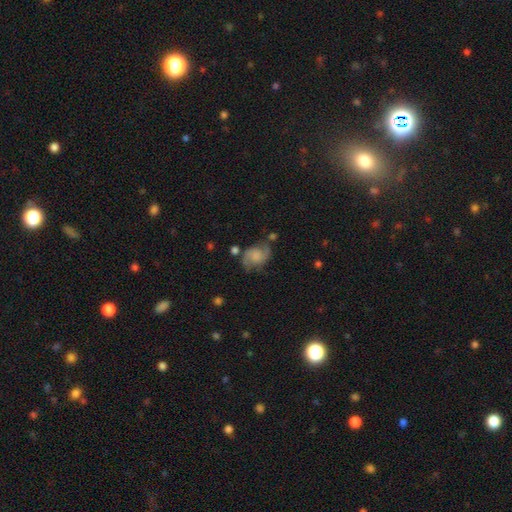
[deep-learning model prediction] Smooth or featured? featured or disk (67%)
Edge-on disk? no (98%)
Bar? no (65%)
Spiral arms? yes (92%)
Spiral winding? medium (45%)
Spiral arm count? 2 (89%)
Bulge size? none (39%)
Merging? none (61%)